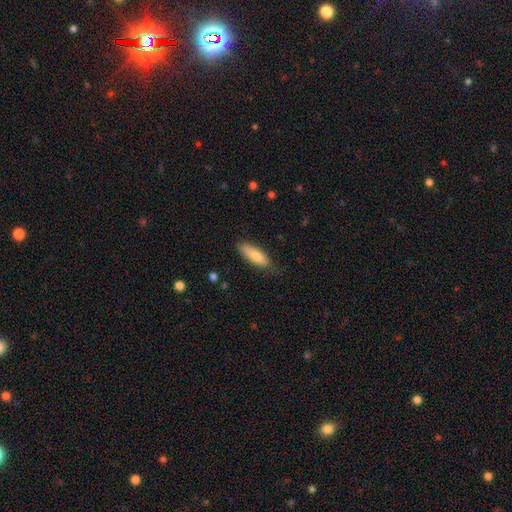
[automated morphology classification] smooth-or-featured: smooth: 81% | featured or disk: 13% | star or artifact: 6%
  how-rounded: in between: 57% | cigar-shaped: 41% | round: 2%
  merging: none: 70% | minor disturbance: 24% | major disturbance: 5% | merger: 1%